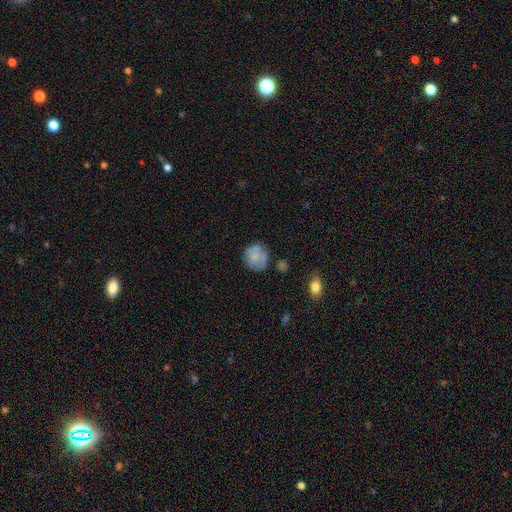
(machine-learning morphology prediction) smooth-or-featured: smooth: 72% | featured or disk: 20% | star or artifact: 8%
  how-rounded: round: 78% | in between: 21% | cigar-shaped: 1%
  merging: none: 63% | minor disturbance: 24% | major disturbance: 8% | merger: 5%